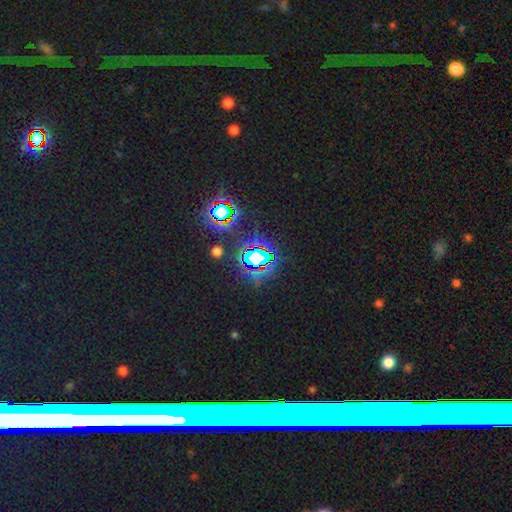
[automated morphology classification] Smooth or featured? star or artifact (80%)